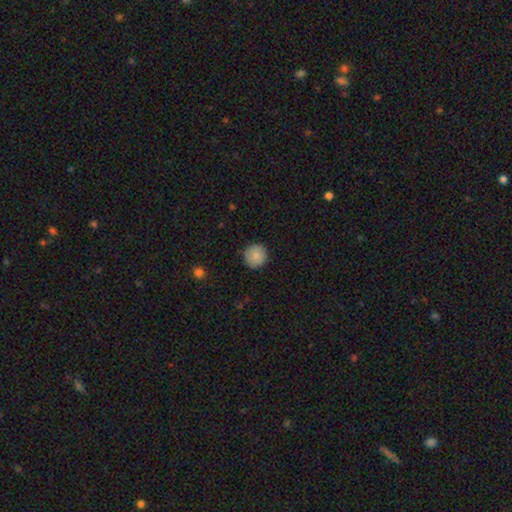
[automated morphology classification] smooth 87%, star or artifact 8%, featured or disk 5%. Down the decision tree: how rounded — round (94%); merging — none (89%).